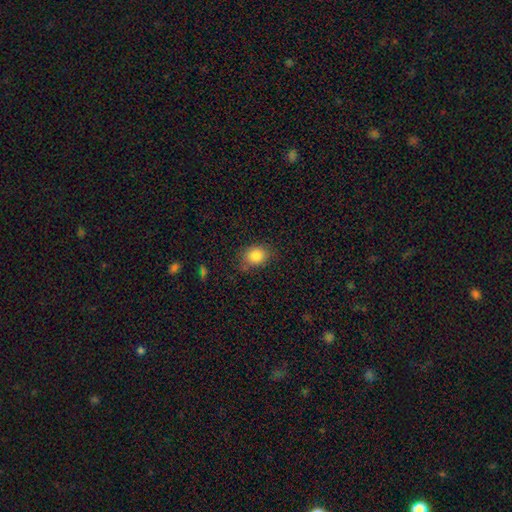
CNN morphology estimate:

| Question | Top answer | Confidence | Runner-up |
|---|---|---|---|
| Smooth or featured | smooth | 85% | star or artifact (9%) |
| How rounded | in between | 54% | round (45%) |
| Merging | none | 68% | minor disturbance (24%) |